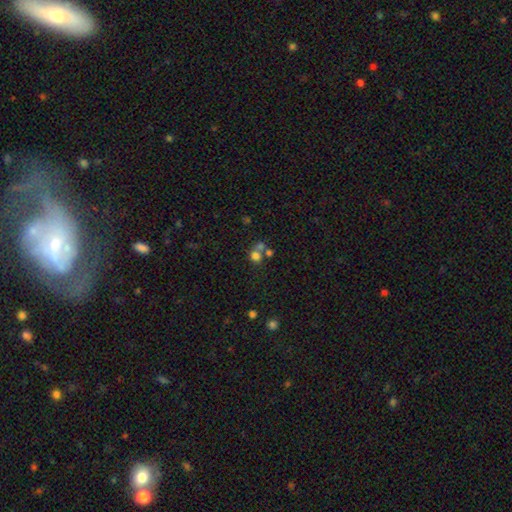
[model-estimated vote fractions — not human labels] smooth-or-featured: smooth: 70% | star or artifact: 17% | featured or disk: 13%
  how-rounded: round: 77% | in between: 22% | cigar-shaped: 1%
  merging: merger: 47% | none: 40% | minor disturbance: 8% | major disturbance: 5%